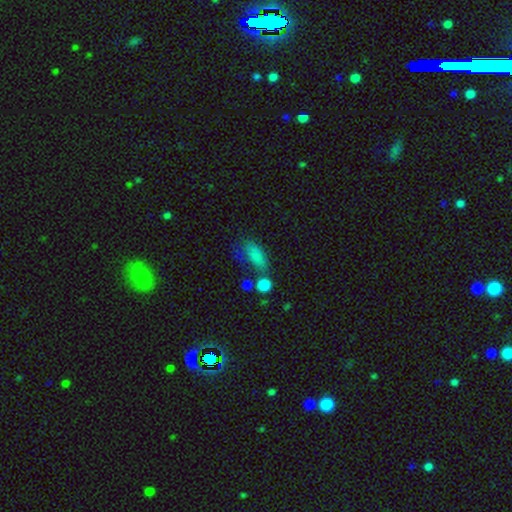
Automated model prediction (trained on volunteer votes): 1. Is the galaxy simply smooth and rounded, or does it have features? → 79% smooth, 12% star or artifact, 9% featured or disk.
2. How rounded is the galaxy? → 78% in between, 15% cigar-shaped, 7% round.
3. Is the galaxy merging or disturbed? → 39% none, 28% minor disturbance, 21% major disturbance, 12% merger.